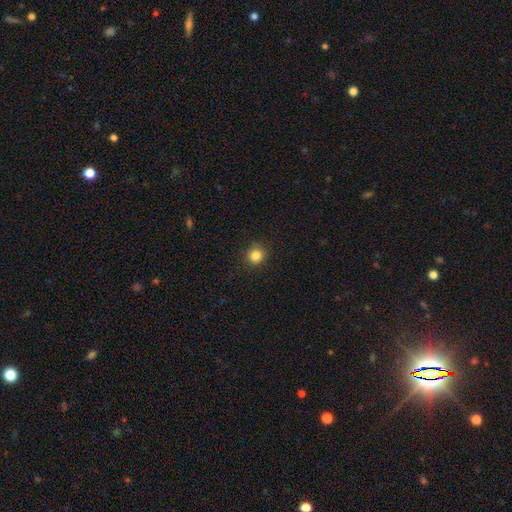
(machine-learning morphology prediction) Smooth or featured: smooth — 84% (star or artifact — 12%)
How rounded: round — 92% (in between — 7%)
Merging: none — 89% (minor disturbance — 8%)